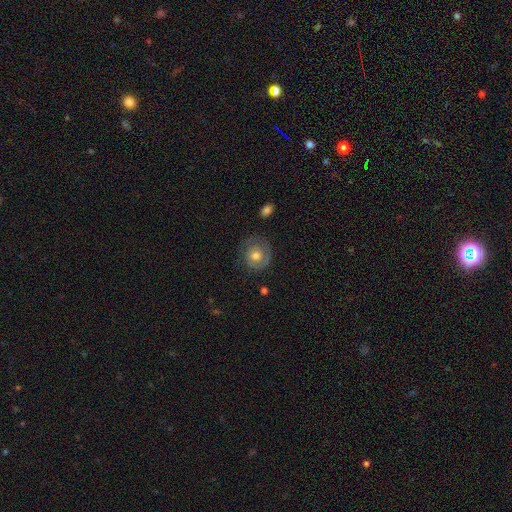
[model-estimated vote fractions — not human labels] Smooth or featured? featured or disk (47%)
Merging? none (68%)